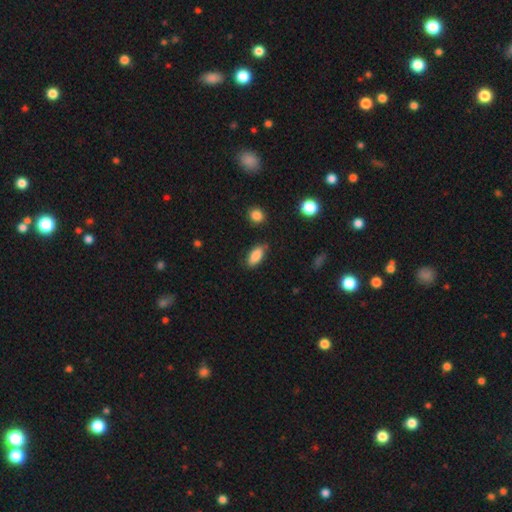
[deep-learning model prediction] Smooth or featured? Predicted: smooth (p=0.86). How rounded? Predicted: in between (p=0.87). Merging? Predicted: none (p=0.78).